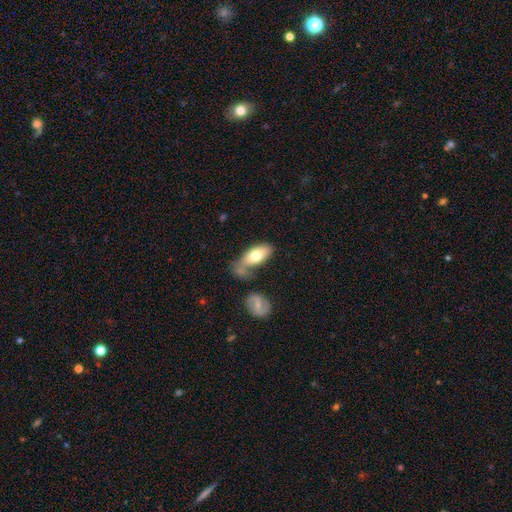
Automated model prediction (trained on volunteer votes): A smooth galaxy with no disk features (70%) that is in between round and cigar-shaped (87%). Merging: none (41%).